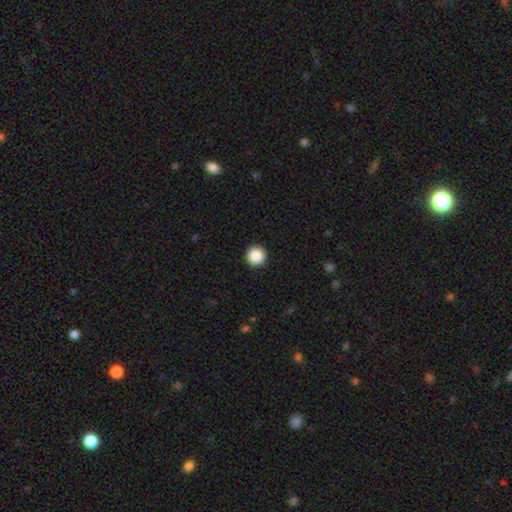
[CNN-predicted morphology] This is clearly a smooth galaxy (88%). How rounded: clearly round (97%). Merging: clearly none (94%).